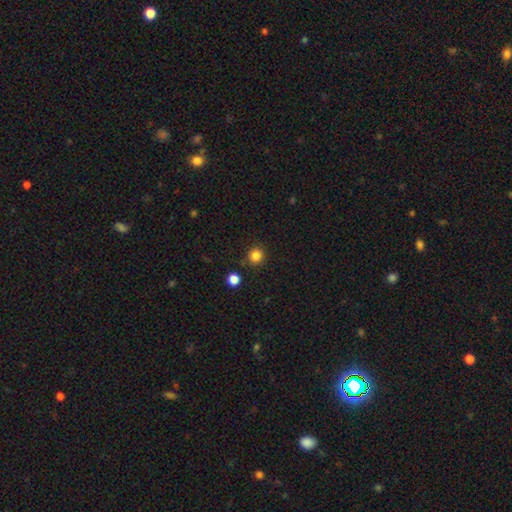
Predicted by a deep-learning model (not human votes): A smooth galaxy with no disk features (84%) that is round (91%). Merging: none (87%).